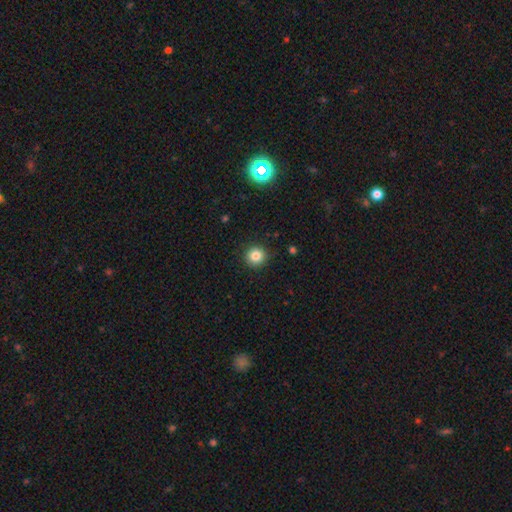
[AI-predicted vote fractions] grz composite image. It shows a smooth galaxy with no disk features (84%) that is round (94%). Merging: none (91%).